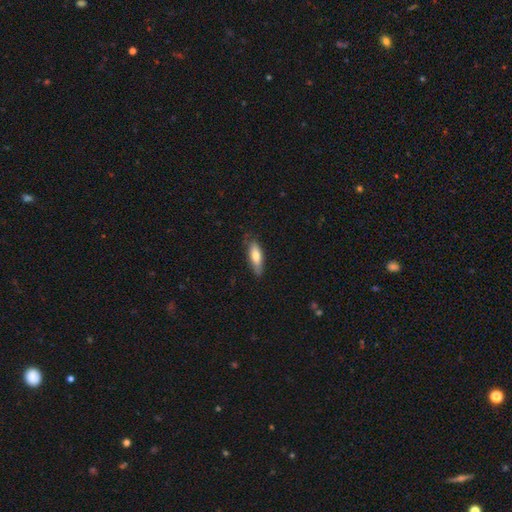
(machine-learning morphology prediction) Smooth or featured? Predicted: smooth (p=0.69). How rounded? Predicted: cigar-shaped (p=0.49, tied with in between). Merging? Predicted: none (p=0.79).